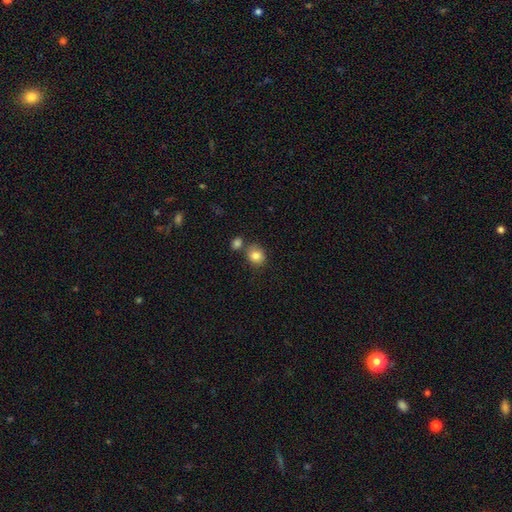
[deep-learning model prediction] This is clearly a smooth galaxy (84%). How rounded: likely round (73%). Merging: likely none (67%).